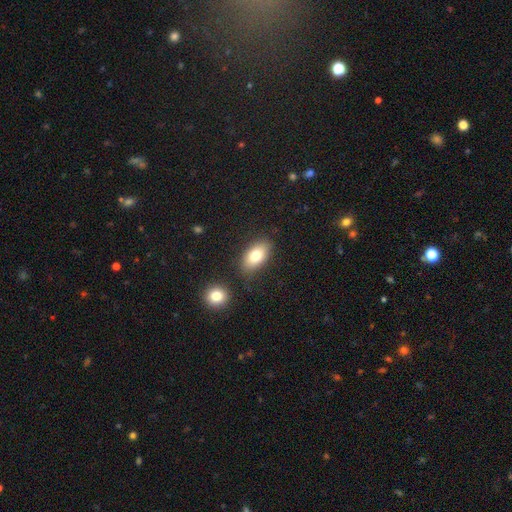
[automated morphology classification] smooth 78%, featured or disk 14%, star or artifact 8%. Down the decision tree: how rounded — in between (90%); merging — none (80%).